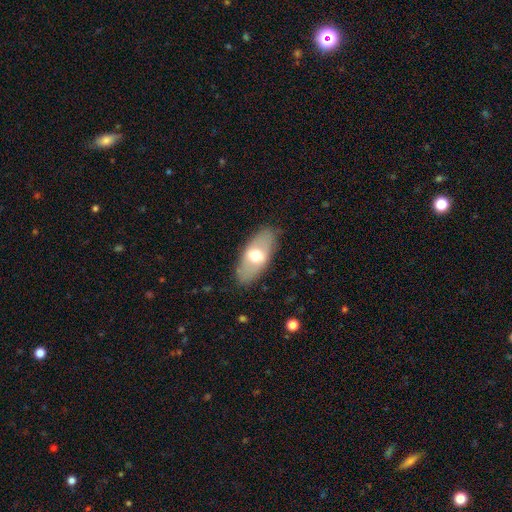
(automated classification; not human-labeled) A smooth galaxy with no disk features (58%) that is in between round and cigar-shaped (88%). Merging: none (84%).